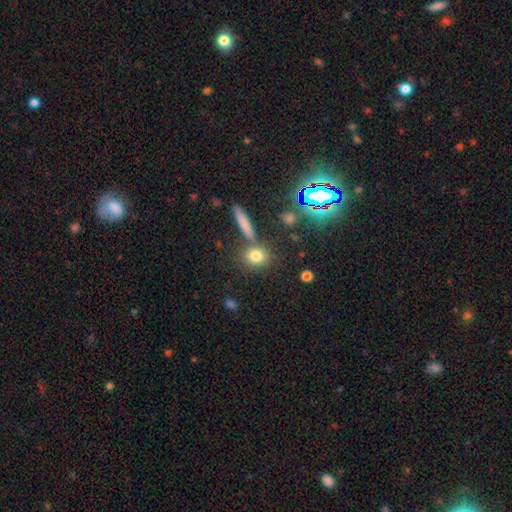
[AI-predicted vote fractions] A smooth galaxy with no disk features (76%) that is round (63%). Merging: none (70%).